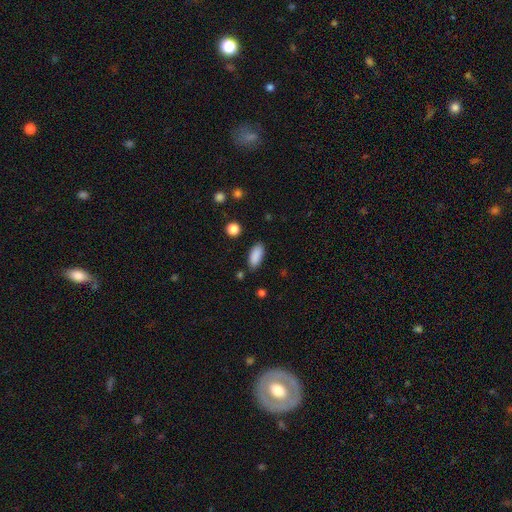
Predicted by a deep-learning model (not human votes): Morphology: type=smooth (89%); roundness=in between (86%); merging=none (82%).